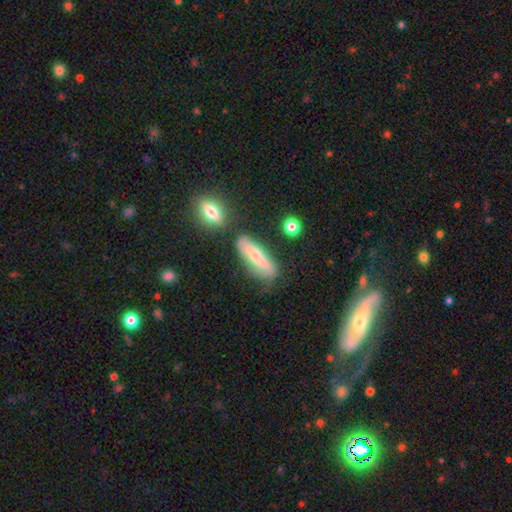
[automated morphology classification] smooth_or_featured: smooth (p=0.60) [alt: featured or disk p=0.33]
how_rounded: cigar-shaped (p=0.57) [alt: in between p=0.40]
merging: none (p=0.65) [alt: minor disturbance p=0.19]